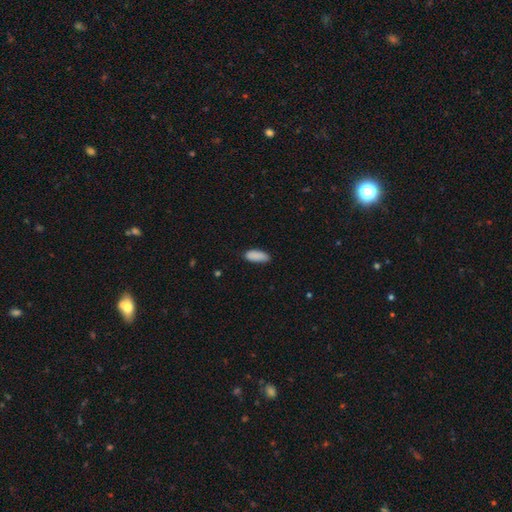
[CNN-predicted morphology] A smooth galaxy with no disk features (89%) that is in between round and cigar-shaped (81%). Merging: none (80%).